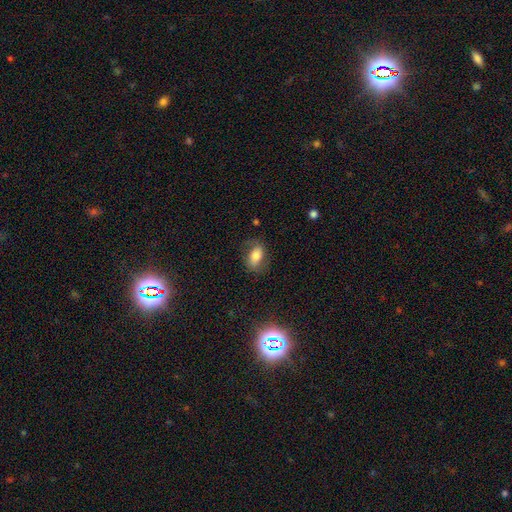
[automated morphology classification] Smooth or featured: smooth — 67% (featured or disk — 23%)
How rounded: in between — 87% (round — 10%)
Merging: none — 68% (minor disturbance — 20%)